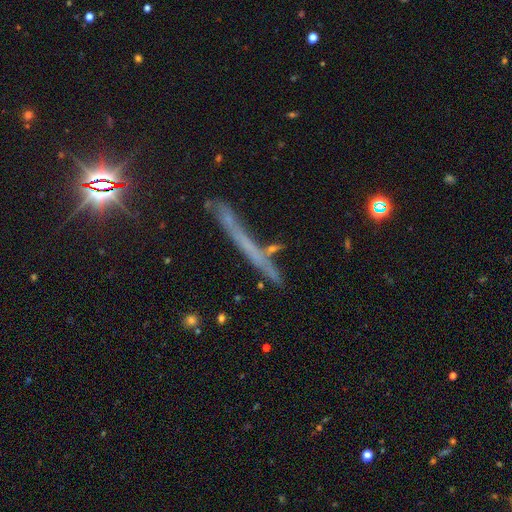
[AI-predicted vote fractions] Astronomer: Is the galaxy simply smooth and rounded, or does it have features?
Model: featured or disk — 46% (runner-up: smooth, 44%).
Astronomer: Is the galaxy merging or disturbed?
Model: none — 68%.